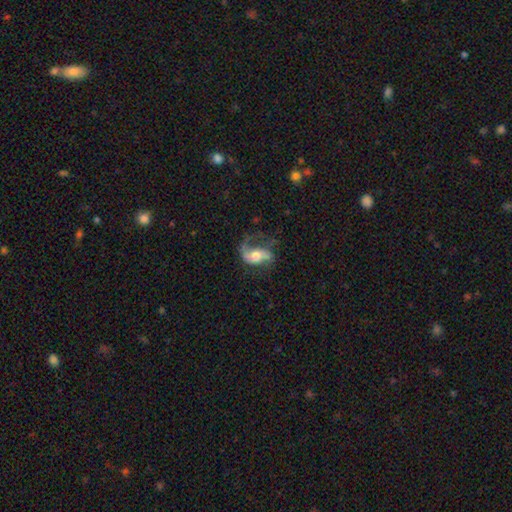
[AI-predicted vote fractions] Smooth or featured?
  - featured or disk: 74% *
  - smooth: 19%
  - star or artifact: 7%
Edge-on disk?
  - no: 96% *
  - yes: 4%
Bar?
  - no: 49% *
  - weak: 32%
  - strong: 19%
Spiral arms?
  - yes: 91% *
  - no: 9%
Spiral winding?
  - loose: 57% *
  - medium: 33%
  - tight: 9%
Spiral arm count?
  - 2: 74% *
  - 1: 18%
  - can't tell: 4%
  - 3: 1%
  - 4: 1%
  - more than 4: 1%
Bulge size?
  - moderate: 68% *
  - small: 17%
  - large: 12%
  - none: 2%
  - dominant: 1%
Merging?
  - none: 50% *
  - major disturbance: 25%
  - minor disturbance: 22%
  - merger: 2%